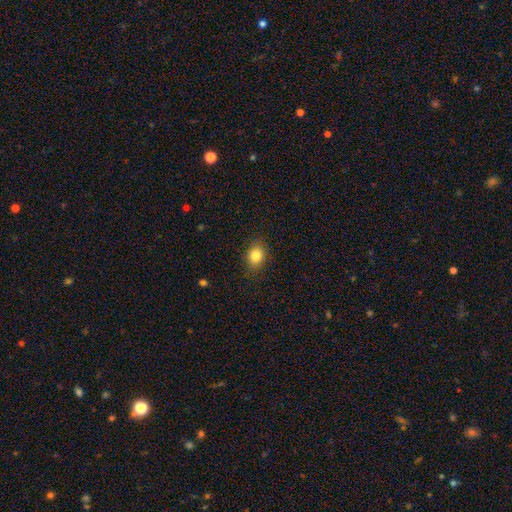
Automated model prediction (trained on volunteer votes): Overall: smooth (83%). How rounded: in between (54%; round 45%). Merging: none (87%).